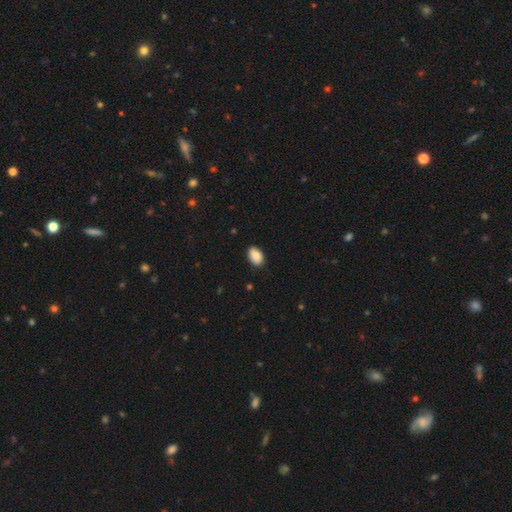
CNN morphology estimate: A smooth galaxy with no disk features (90%) that is in between round and cigar-shaped (91%).

Vote fractions:
- Smooth or featured? smooth: 90% / star or artifact: 7% / featured or disk: 4%
- How rounded? in between: 91% / round: 8% / cigar-shaped: 1%
- Merging? none: 86% / minor disturbance: 11% / major disturbance: 2% / merger: 1%